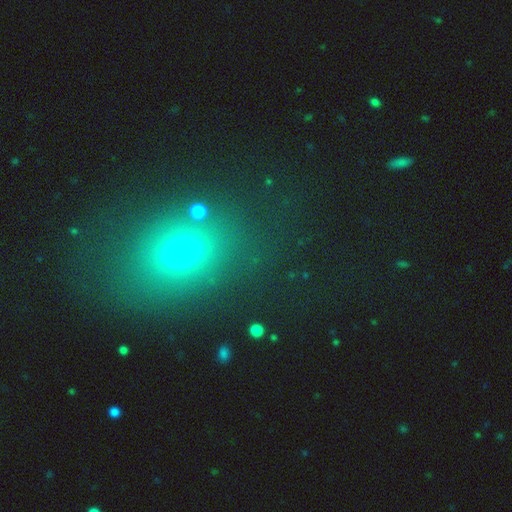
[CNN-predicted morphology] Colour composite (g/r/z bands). It shows a smooth galaxy with no disk features (55%) that is in between round and cigar-shaped (51%). Merging: none (81%).